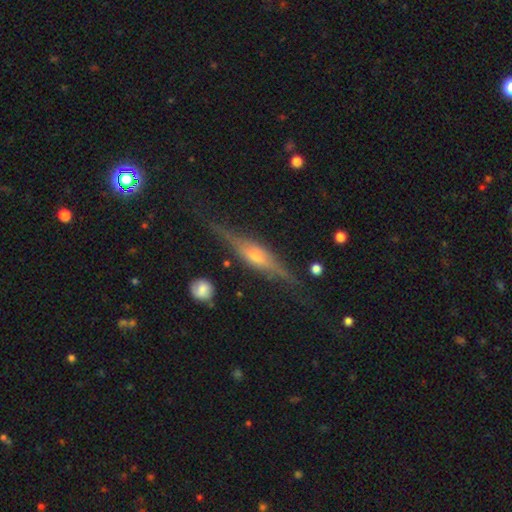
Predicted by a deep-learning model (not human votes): Morphology: type=featured or disk (82%); edge-on=yes (96%); edge-on bulge=rounded (75%); merging=none (79%).